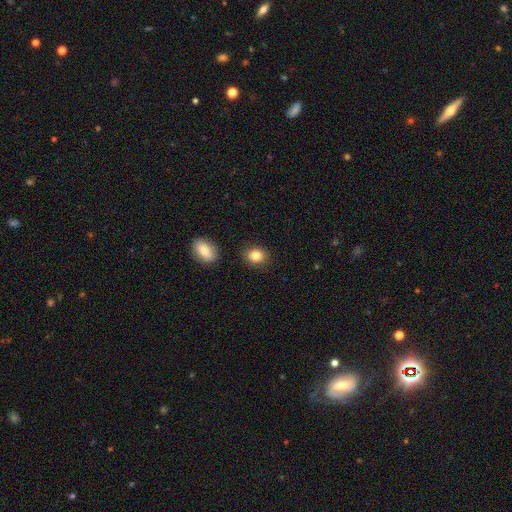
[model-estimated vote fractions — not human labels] The model was most divided on "how rounded": round: 55%, in between: 44%, cigar-shaped: 1%. More confident: merging — none (87%); smooth or featured — smooth (83%).